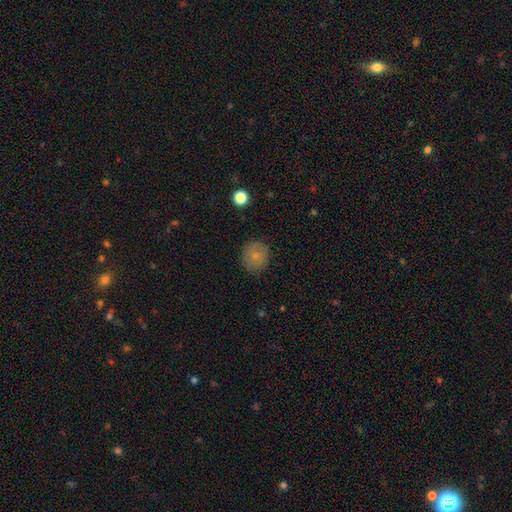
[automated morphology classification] Q: Smooth or featured?
A: smooth (75%); runner-up: featured or disk (16%)
Q: How rounded?
A: round (85%); runner-up: in between (14%)
Q: Merging?
A: none (83%); runner-up: minor disturbance (12%)